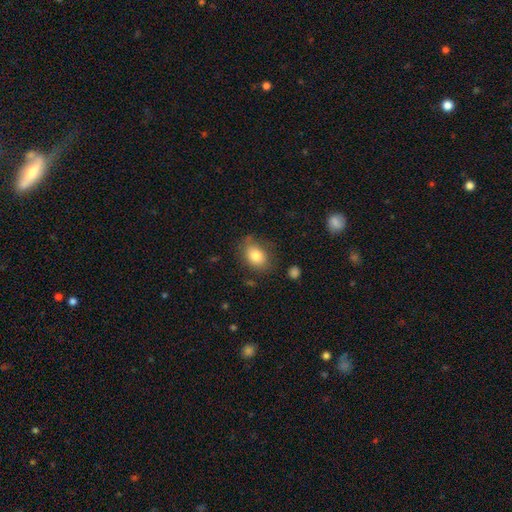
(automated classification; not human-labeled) smooth_or_featured: smooth (p=0.81) [alt: featured or disk p=0.11]
how_rounded: in between (p=0.72) [alt: round p=0.27]
merging: none (p=0.74) [alt: minor disturbance p=0.18]